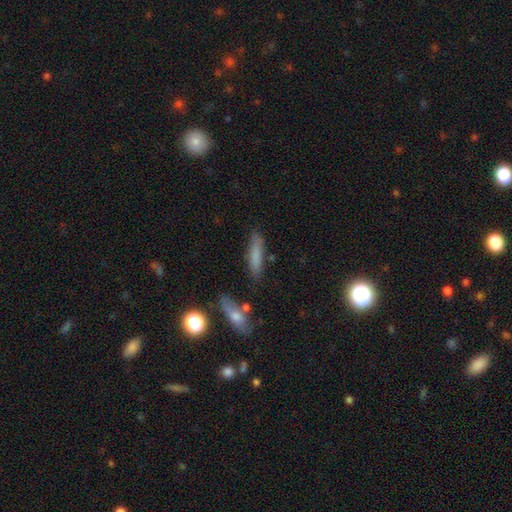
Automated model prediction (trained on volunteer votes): This is likely a smooth galaxy (77%). How rounded: likely cigar-shaped (80%). Merging: likely none (79%).